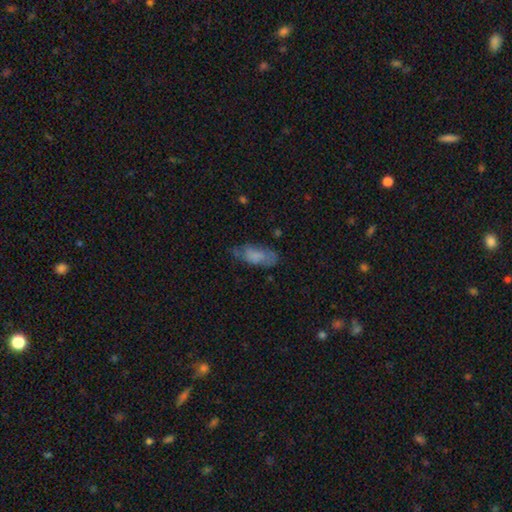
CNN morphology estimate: smooth-or-featured: smooth: 66% | featured or disk: 26% | star or artifact: 9%
  how-rounded: in between: 82% | cigar-shaped: 16% | round: 2%
  merging: none: 58% | minor disturbance: 28% | major disturbance: 12% | merger: 3%